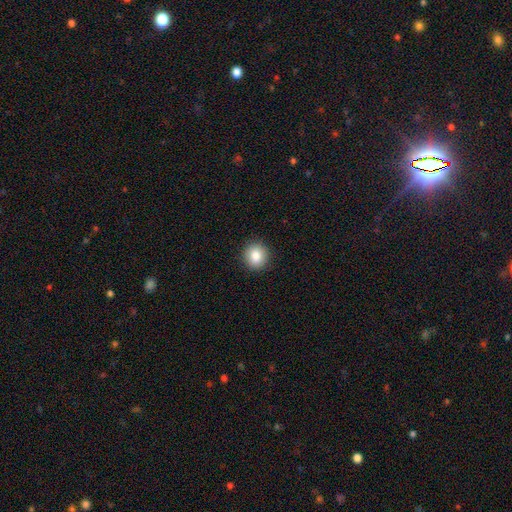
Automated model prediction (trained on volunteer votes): A smooth galaxy with no disk features (85%) that is round (87%).

Vote fractions:
- Smooth or featured? smooth: 85% / star or artifact: 9% / featured or disk: 6%
- How rounded? round: 87% / in between: 12% / cigar-shaped: 1%
- Merging? none: 91% / minor disturbance: 6% / major disturbance: 2% / merger: 1%